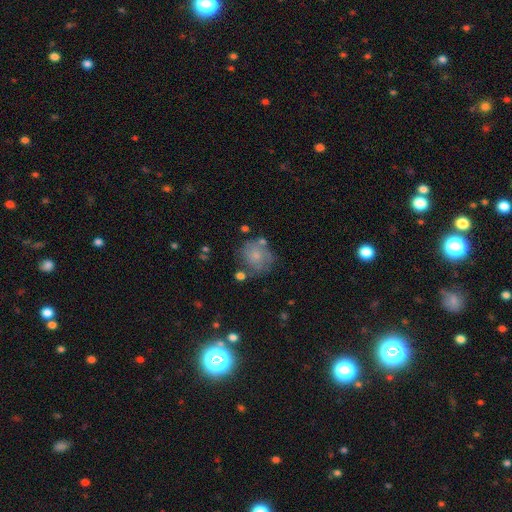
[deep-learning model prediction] Smooth or featured? smooth (60%)
How rounded? round (78%)
Merging? none (57%)